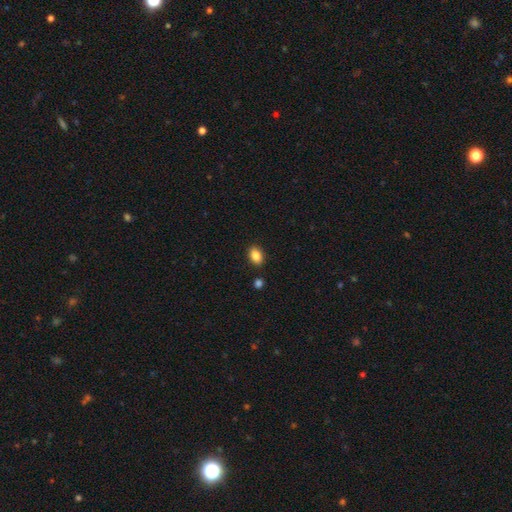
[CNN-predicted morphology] This appears to be a smooth galaxy with no disk features (87%) that is in between round and cigar-shaped (85%). Merging: none (87%).